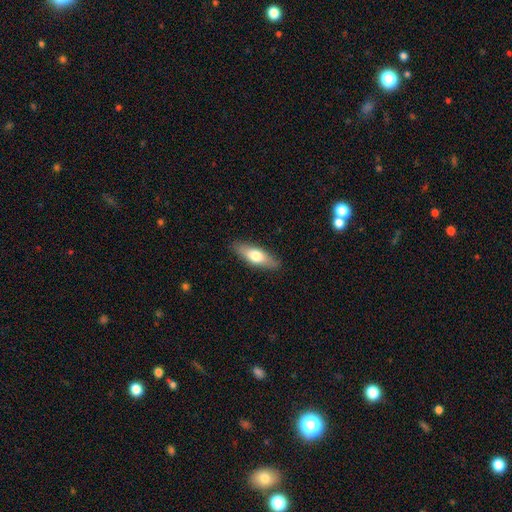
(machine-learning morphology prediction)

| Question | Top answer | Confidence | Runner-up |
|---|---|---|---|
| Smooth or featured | smooth | 63% | featured or disk (31%) |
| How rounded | in between | 55% | cigar-shaped (42%) |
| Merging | none | 87% | minor disturbance (10%) |